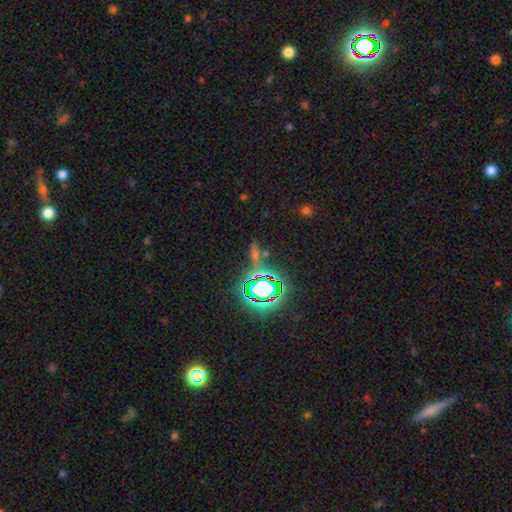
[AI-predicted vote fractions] The model was most divided on "smooth or featured": star or artifact: 61%, smooth: 25%, featured or disk: 14%.